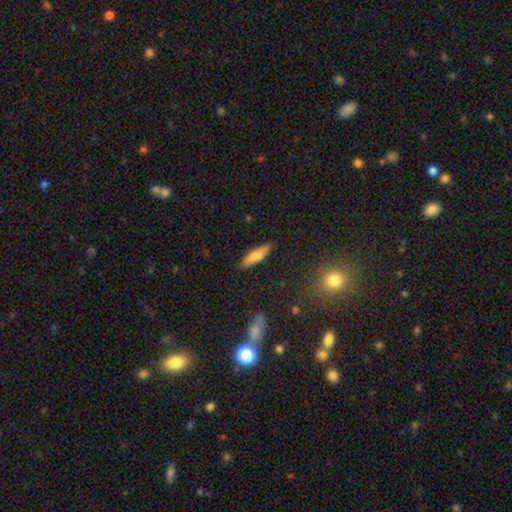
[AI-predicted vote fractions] smooth_or_featured: smooth (p=0.74) [alt: featured or disk p=0.19]
how_rounded: cigar-shaped (p=0.68) [alt: in between p=0.30]
merging: none (p=0.85) [alt: minor disturbance p=0.11]